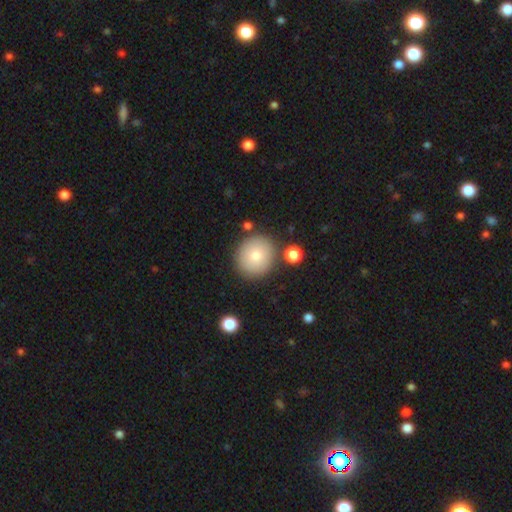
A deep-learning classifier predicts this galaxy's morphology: smooth_or_featured: smooth (p=0.79) [alt: featured or disk p=0.12]
how_rounded: round (p=0.90) [alt: in between p=0.10]
merging: none (p=0.83) [alt: minor disturbance p=0.09]